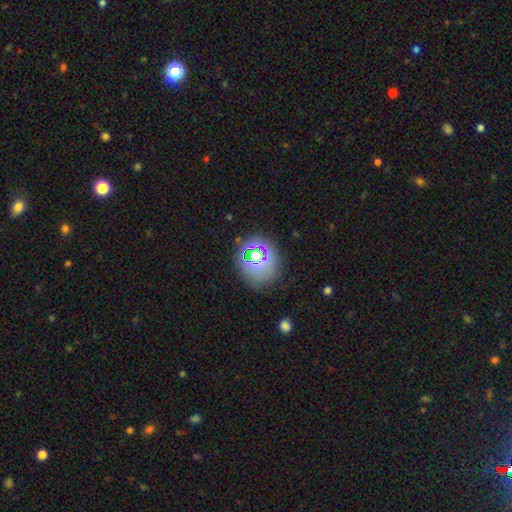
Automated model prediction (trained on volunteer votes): Overall: smooth (50%; star or artifact 37%). Merging: none (76%).